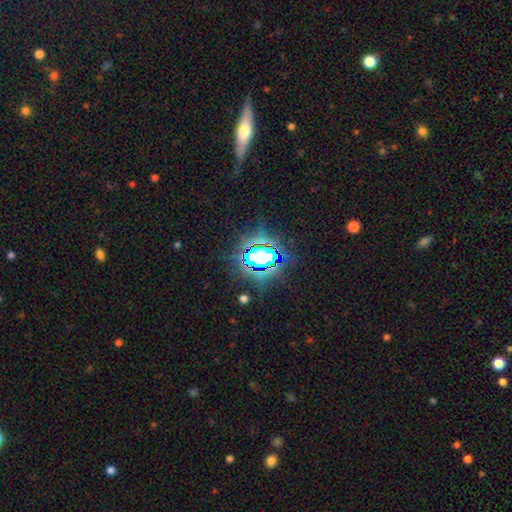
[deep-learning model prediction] Smooth or featured? Predicted: star or artifact (p=0.71).